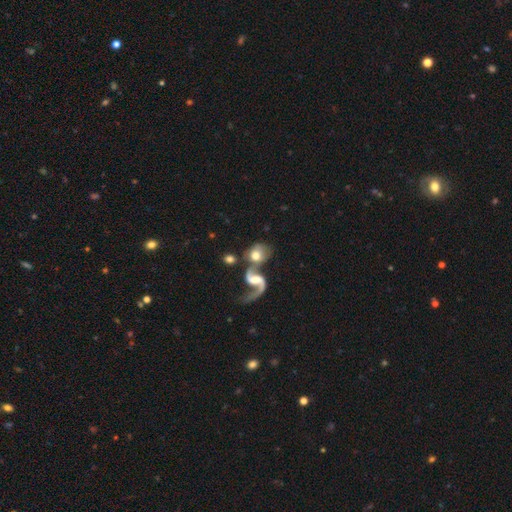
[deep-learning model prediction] Smooth or featured: featured or disk — 54% (smooth — 38%)
Edge-on disk: no — 96% (yes — 4%)
Bar: weak — 43% (no — 42%)
Spiral arms: yes — 83% (no — 17%)
Bulge size: moderate — 52% (small — 21%)
Merging: merger — 49% (none — 32%)